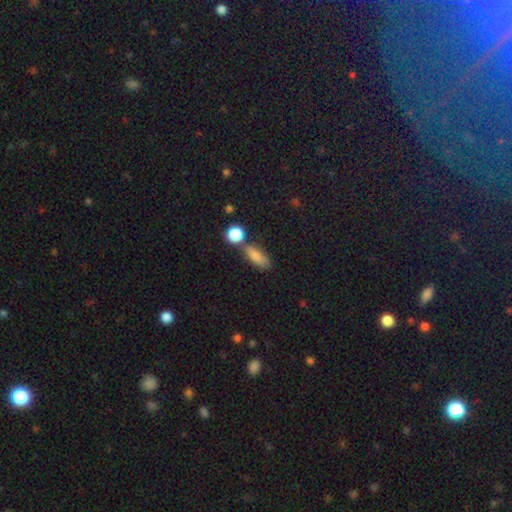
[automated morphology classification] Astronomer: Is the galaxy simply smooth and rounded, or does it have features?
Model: smooth — 81%.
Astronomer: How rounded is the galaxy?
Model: in between — 67%.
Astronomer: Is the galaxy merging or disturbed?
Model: none — 60%.